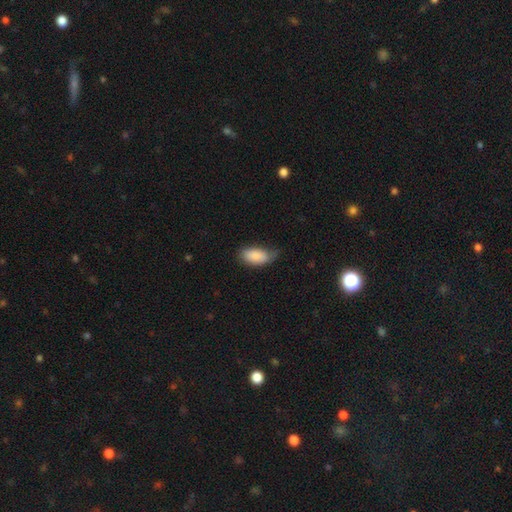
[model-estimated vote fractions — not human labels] This is clearly a smooth galaxy (87%). How rounded: clearly in between (94%). Merging: possibly none (53%).